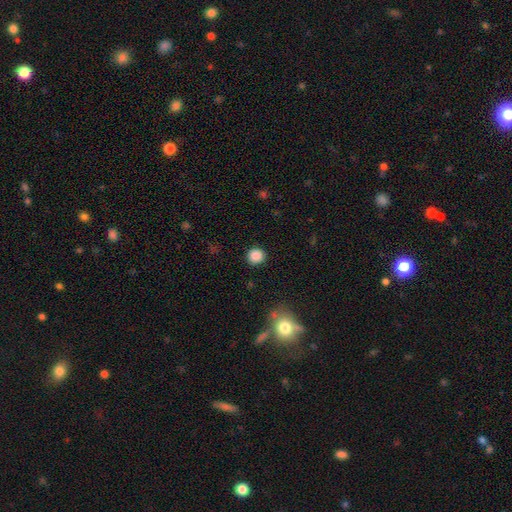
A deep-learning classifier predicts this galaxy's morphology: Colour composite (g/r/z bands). It shows a smooth galaxy with no disk features (87%) that is round (92%). Merging: none (91%).